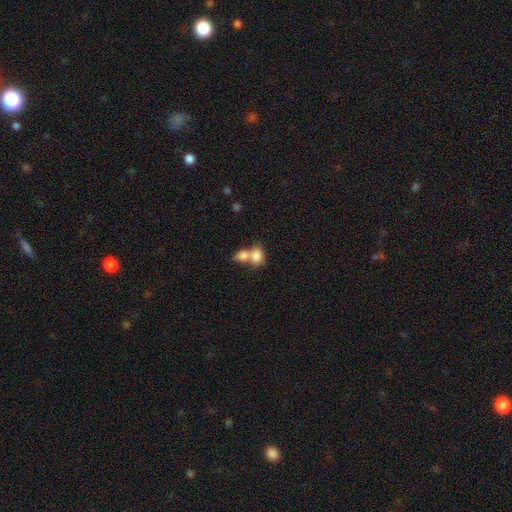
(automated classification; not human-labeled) Overall: smooth (81%). How rounded: in between (68%; round 31%). Merging: merger (66%).